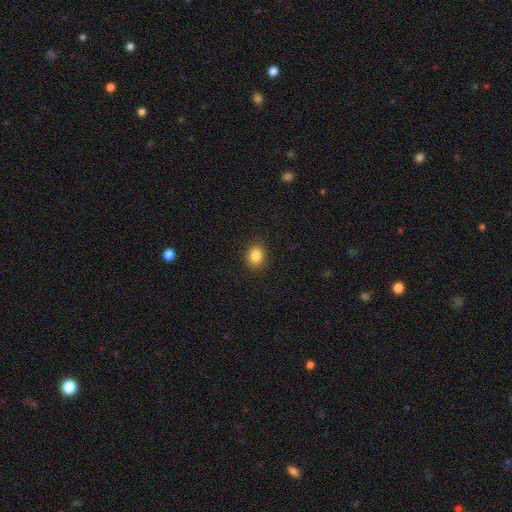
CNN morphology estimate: A smooth galaxy with no disk features (86%) that is round (60%). Merging: none (90%).